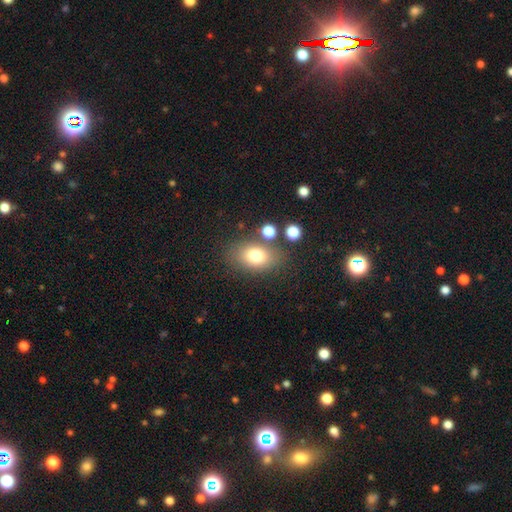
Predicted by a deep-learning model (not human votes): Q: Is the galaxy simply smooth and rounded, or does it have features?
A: smooth — 76%.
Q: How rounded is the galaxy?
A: in between — 77%.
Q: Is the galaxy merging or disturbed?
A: none — 74%.